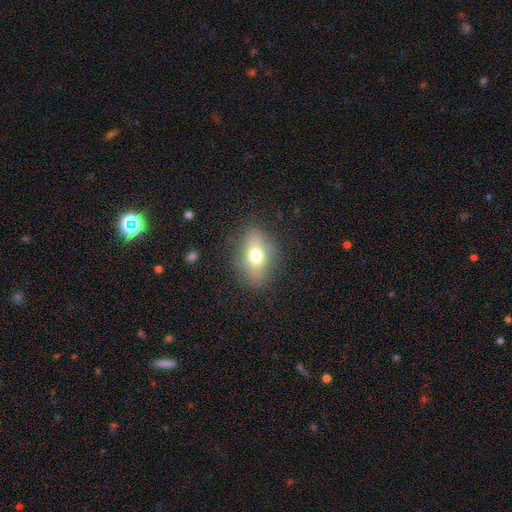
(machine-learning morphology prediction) Smooth or featured? Predicted: smooth (p=0.66). How rounded? Predicted: in between (p=0.75). Merging? Predicted: none (p=0.81).